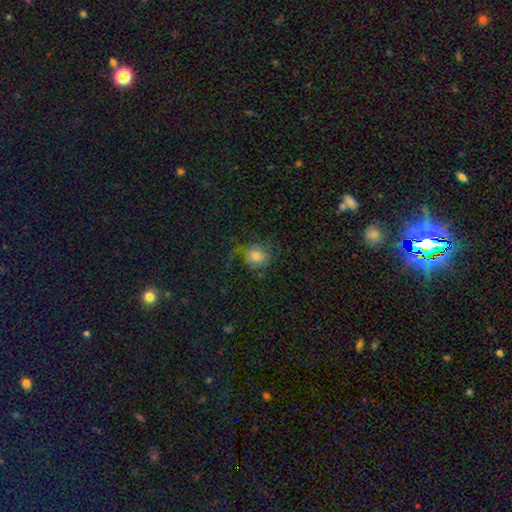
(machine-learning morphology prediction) Smooth or featured?
  - smooth: 58% *
  - featured or disk: 29%
  - star or artifact: 13%
How rounded?
  - round: 69% *
  - in between: 30%
  - cigar-shaped: 1%
Merging?
  - none: 53% *
  - major disturbance: 24%
  - minor disturbance: 21%
  - merger: 2%